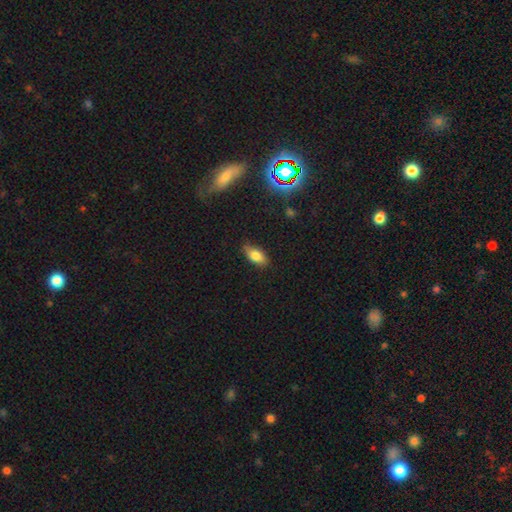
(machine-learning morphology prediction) The model was most divided on "merging": none: 81%, minor disturbance: 15%, major disturbance: 3%, merger: 1%. More confident: how rounded — in between (88%); smooth or featured — smooth (79%).